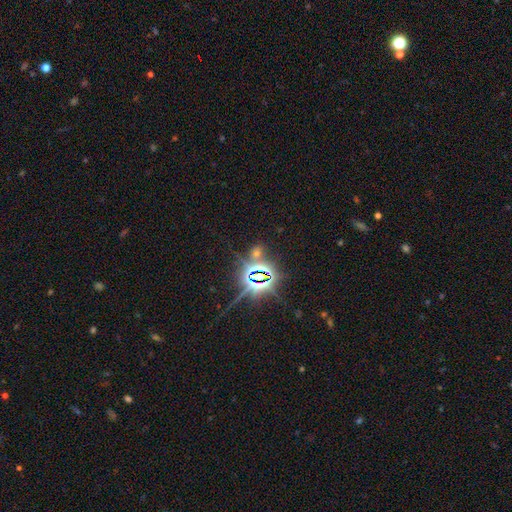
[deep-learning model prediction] Smooth or featured? star or artifact (84%)